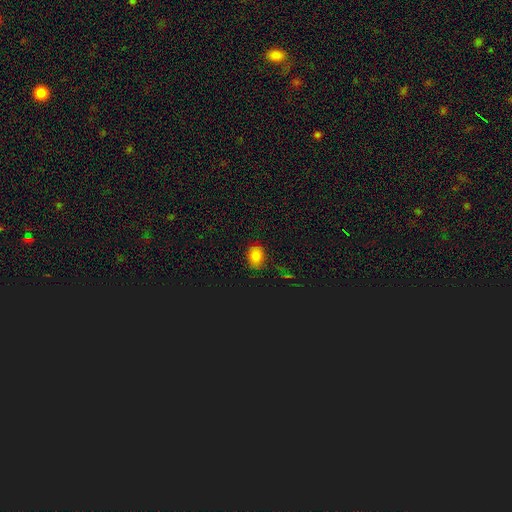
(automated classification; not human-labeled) This appears to be a smooth galaxy with no disk features (77%) that is round (51%). Merging: none (80%).